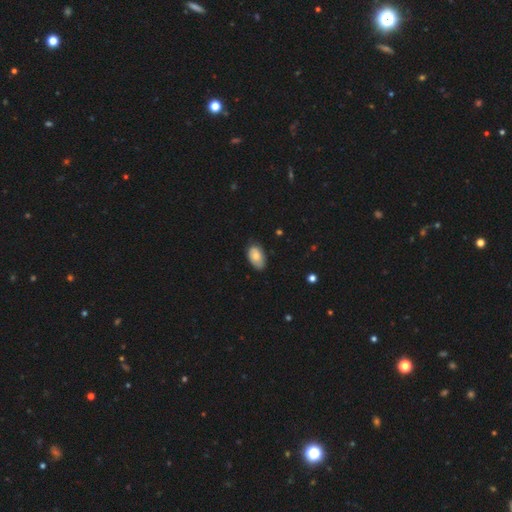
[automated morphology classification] type=smooth (76%); roundness=in between (92%); merging=none (73%).